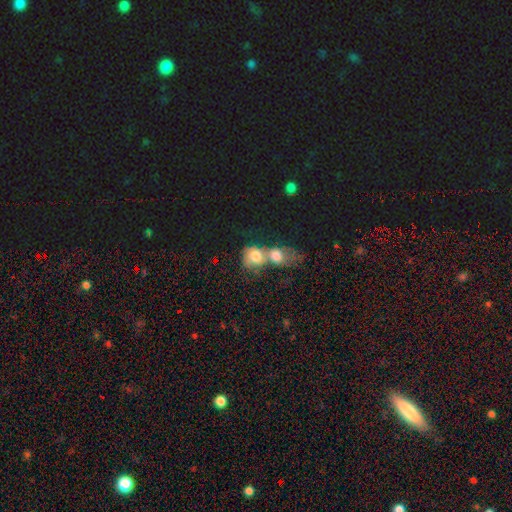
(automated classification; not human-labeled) This is likely a smooth galaxy (66%). How rounded: likely round (62%). Merging: likely merger (79%).